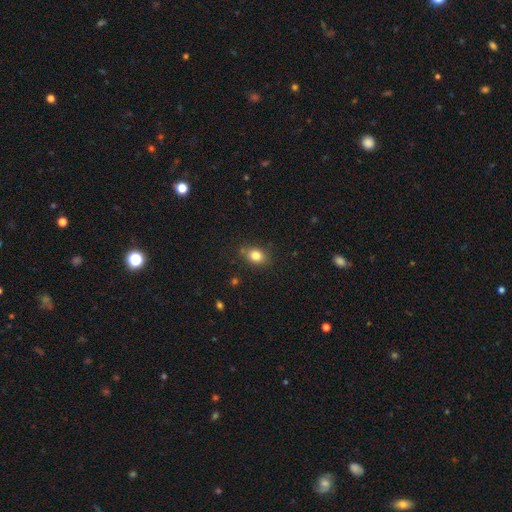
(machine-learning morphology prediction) Smooth or featured?
  - smooth: 82% *
  - star or artifact: 10%
  - featured or disk: 8%
How rounded?
  - in between: 62% *
  - round: 37%
  - cigar-shaped: 1%
Merging?
  - none: 80% *
  - minor disturbance: 14%
  - merger: 3%
  - major disturbance: 3%